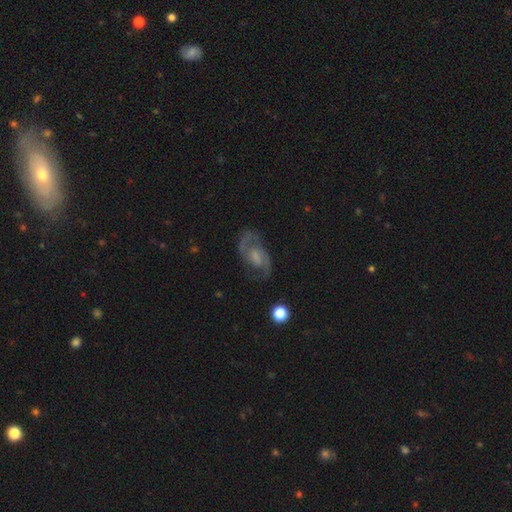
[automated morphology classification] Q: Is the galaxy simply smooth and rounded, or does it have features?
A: featured or disk — 83%.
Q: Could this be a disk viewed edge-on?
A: no — 97%.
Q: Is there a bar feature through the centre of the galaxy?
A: weak — 50%.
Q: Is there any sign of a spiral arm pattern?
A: yes — 95%.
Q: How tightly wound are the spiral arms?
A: medium — 57%.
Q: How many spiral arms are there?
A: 2 — 89%.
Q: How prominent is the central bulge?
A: none — 32%.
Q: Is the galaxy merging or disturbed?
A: none — 74%.